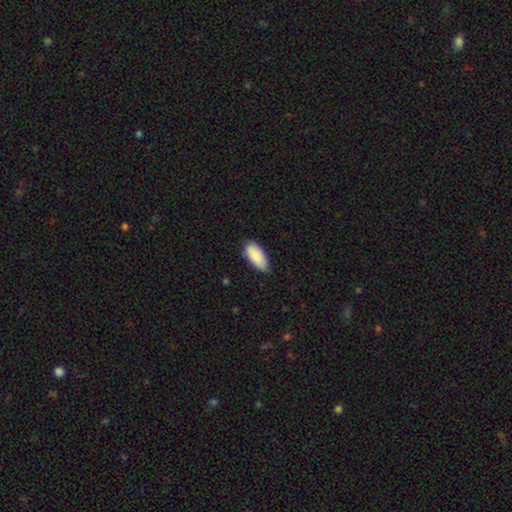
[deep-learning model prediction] This appears to be a smooth galaxy with no disk features (87%) that is in between round and cigar-shaped (91%). Merging: none (70%).